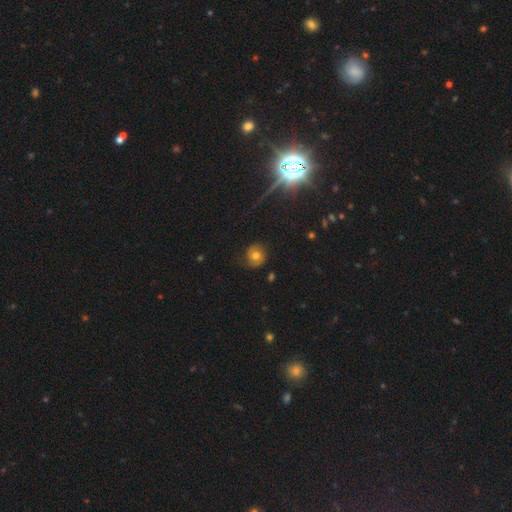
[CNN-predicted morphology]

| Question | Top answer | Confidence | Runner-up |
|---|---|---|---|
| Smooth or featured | smooth | 57% | featured or disk (29%) |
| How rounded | round | 86% | in between (13%) |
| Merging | none | 75% | minor disturbance (17%) |